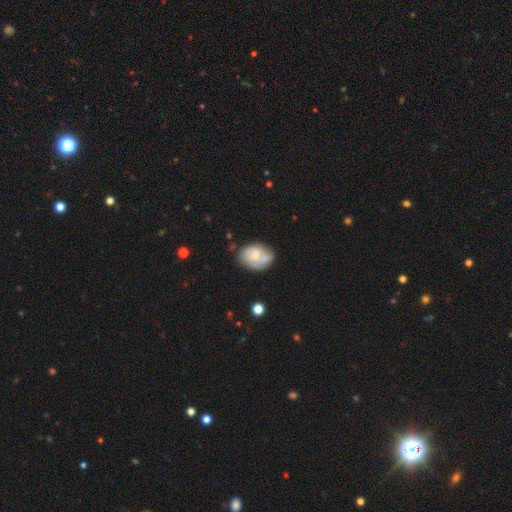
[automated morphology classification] This appears to be a smooth galaxy with no disk features (57%) that is in between round and cigar-shaped (68%). Merging: none (50%).